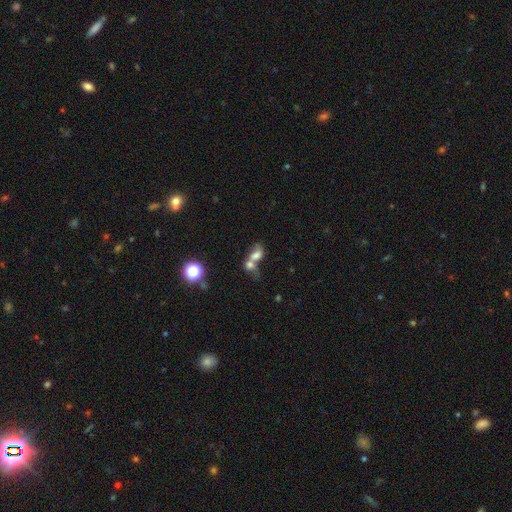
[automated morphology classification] Smooth or featured?
  - smooth: 64% *
  - featured or disk: 22%
  - star or artifact: 14%
How rounded?
  - in between: 64% *
  - round: 32%
  - cigar-shaped: 4%
Merging?
  - merger: 75% *
  - none: 13%
  - major disturbance: 6%
  - minor disturbance: 6%